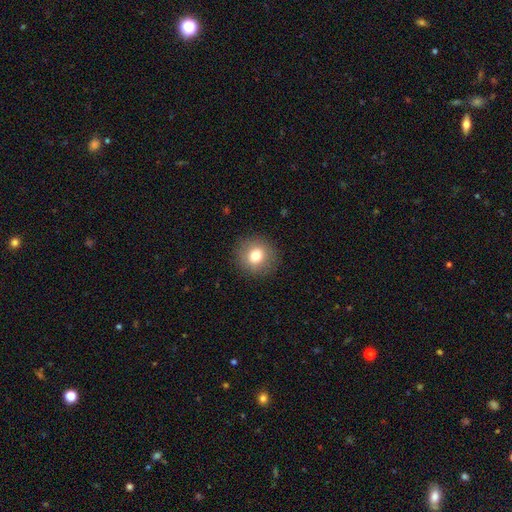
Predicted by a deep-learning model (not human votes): Smooth or featured: smooth — 77% (featured or disk — 12%)
How rounded: round — 90% (in between — 9%)
Merging: none — 90% (minor disturbance — 6%)